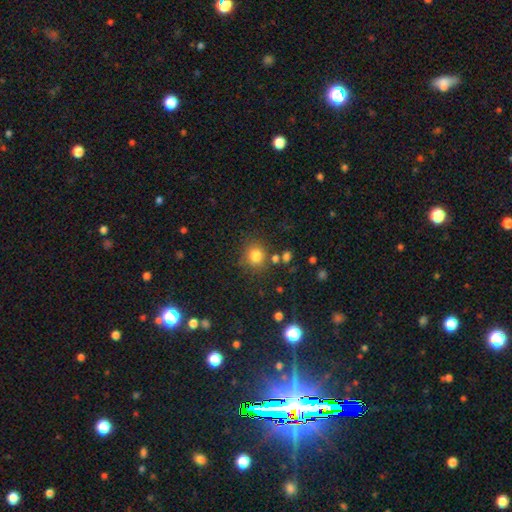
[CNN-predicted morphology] smooth-or-featured: smooth: 81% | star or artifact: 14% | featured or disk: 6%
  how-rounded: round: 85% | in between: 14% | cigar-shaped: 1%
  merging: none: 78% | minor disturbance: 11% | merger: 7% | major disturbance: 4%